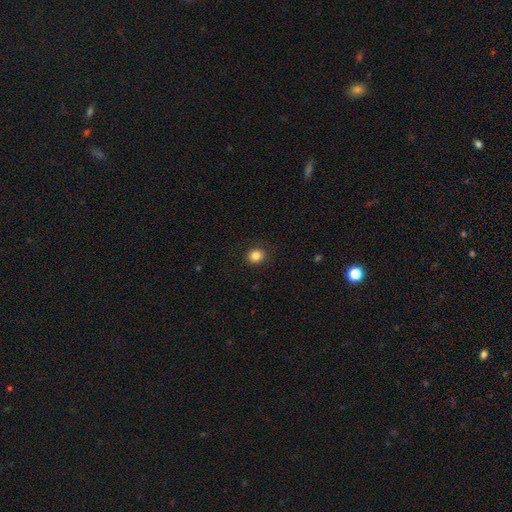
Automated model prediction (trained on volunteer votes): Overall: smooth (85%). How rounded: round (79%). Merging: none (89%).